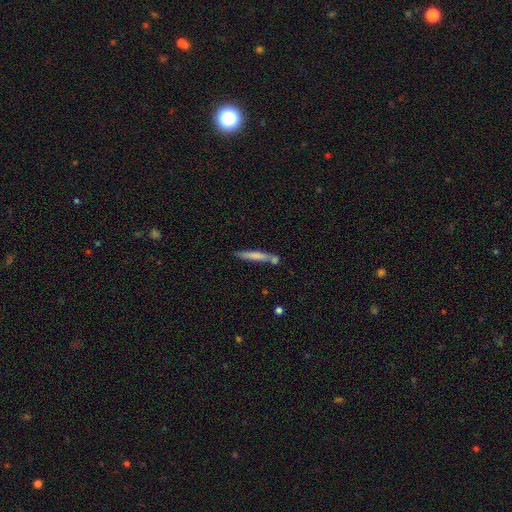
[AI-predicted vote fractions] A smooth galaxy with no disk features (66%) that is cigar-shaped (94%).

Vote fractions:
- Smooth or featured? smooth: 66% / featured or disk: 28% / star or artifact: 6%
- How rounded? cigar-shaped: 94% / in between: 5% / round: 1%
- Merging? none: 66% / merger: 16% / minor disturbance: 14% / major disturbance: 4%